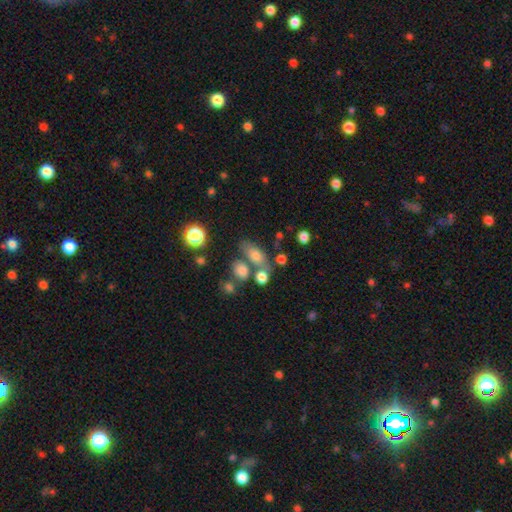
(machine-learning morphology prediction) This is likely a smooth galaxy (72%). How rounded: likely in between (79%). Merging: possibly none (51%).